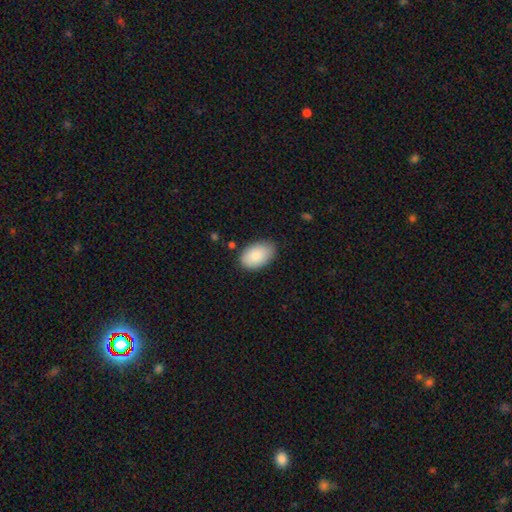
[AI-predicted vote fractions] Smooth or featured? smooth (86%)
How rounded? in between (92%)
Merging? none (78%)